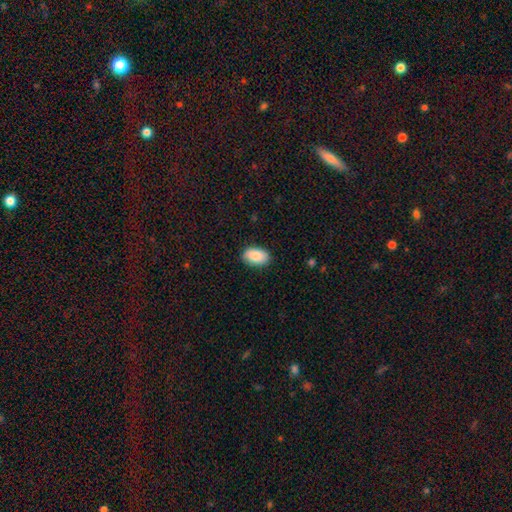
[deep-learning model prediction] Smooth or featured: smooth — 88% (star or artifact — 6%)
How rounded: in between — 91% (round — 7%)
Merging: none — 86% (minor disturbance — 11%)